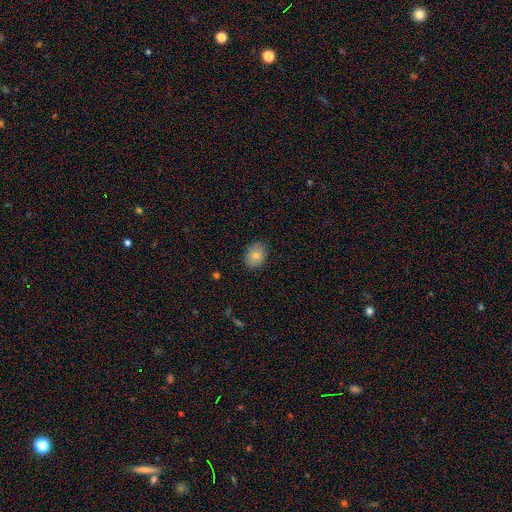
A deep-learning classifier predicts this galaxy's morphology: A smooth galaxy with no disk features (82%) that is in between round and cigar-shaped (64%). Merging: none (85%).